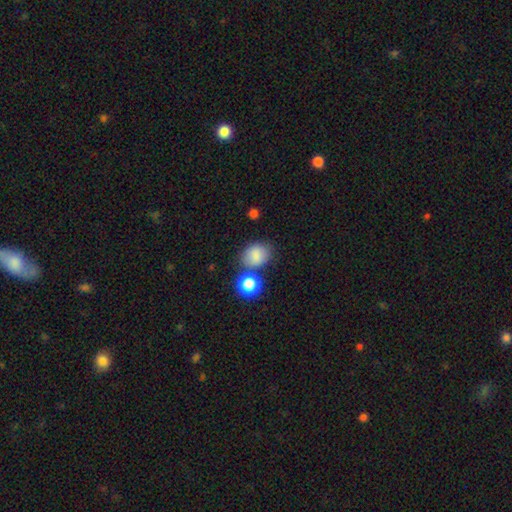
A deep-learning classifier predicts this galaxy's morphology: The model was most divided on "how rounded": in between: 56%, round: 43%, cigar-shaped: 1%. More confident: smooth or featured — smooth (82%); merging — none (67%).